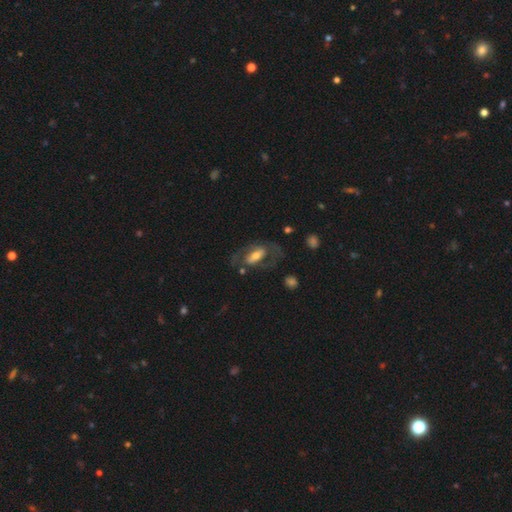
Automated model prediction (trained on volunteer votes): smooth-or-featured: featured or disk: 59% | smooth: 34% | star or artifact: 7%
  disk-edge-on: no: 89% | yes: 11%
    bar: no: 39% | strong: 31% | weak: 31%
    has-spiral-arms: yes: 55% | no: 45%
    bulge-size: moderate: 49% | small: 24% | large: 22% | none: 3% | dominant: 3%
  merging: none: 57% | major disturbance: 23% | minor disturbance: 18% | merger: 3%